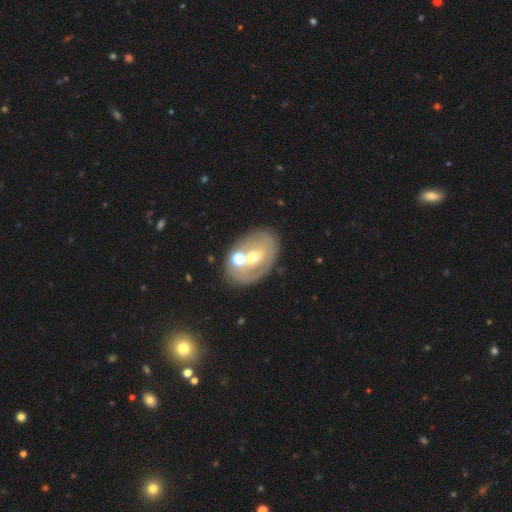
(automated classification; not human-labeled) smooth-or-featured: featured or disk: 59% | smooth: 32% | star or artifact: 9%
  disk-edge-on: no: 93% | yes: 7%
    bar: no: 56% | weak: 29% | strong: 14%
    has-spiral-arms: no: 73% | yes: 27%
    bulge-size: moderate: 68% | small: 22% | large: 7% | none: 2% | dominant: 2%
  merging: none: 62% | merger: 17% | minor disturbance: 15% | major disturbance: 6%